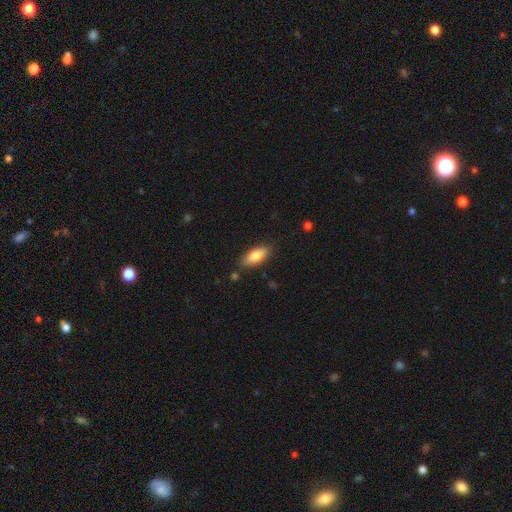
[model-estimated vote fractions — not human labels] This appears to be a smooth galaxy with no disk features (80%) that is in between round and cigar-shaped (77%). Merging: none (83%).